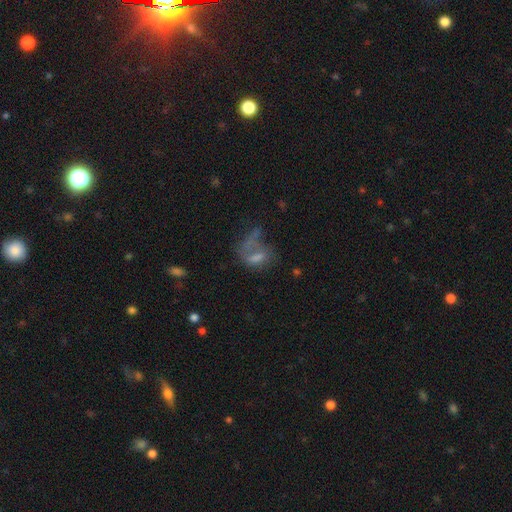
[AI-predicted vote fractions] Morphology: type=smooth (56%); roundness=in between (76%); merging=major disturbance (37%).